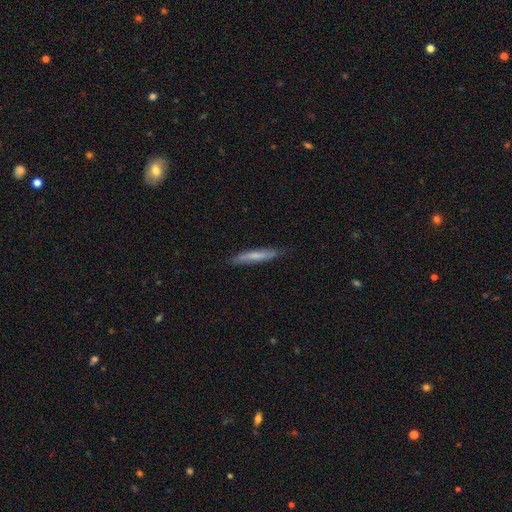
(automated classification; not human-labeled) Smooth or featured? Predicted: smooth (p=0.59). How rounded? Predicted: cigar-shaped (p=0.92). Merging? Predicted: none (p=0.79).